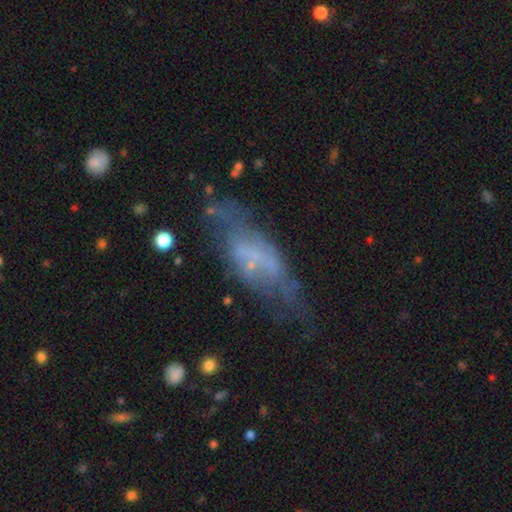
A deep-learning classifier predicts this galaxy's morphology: A featured or disk galaxy (54%). Merging: none (49%).